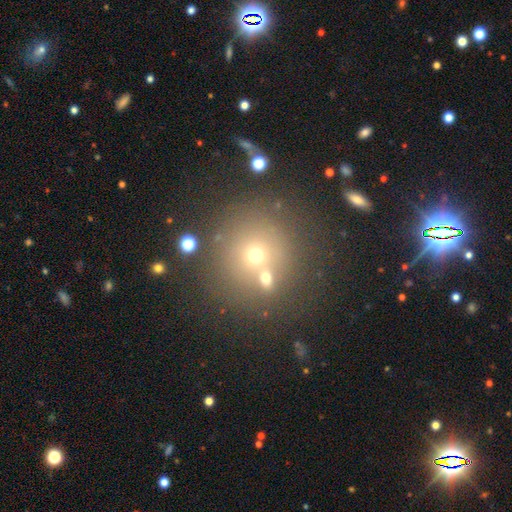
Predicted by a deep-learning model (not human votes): The model was most divided on "smooth or featured": smooth: 63%, star or artifact: 23%, featured or disk: 14%. More confident: how rounded — round (91%); merging — none (69%).